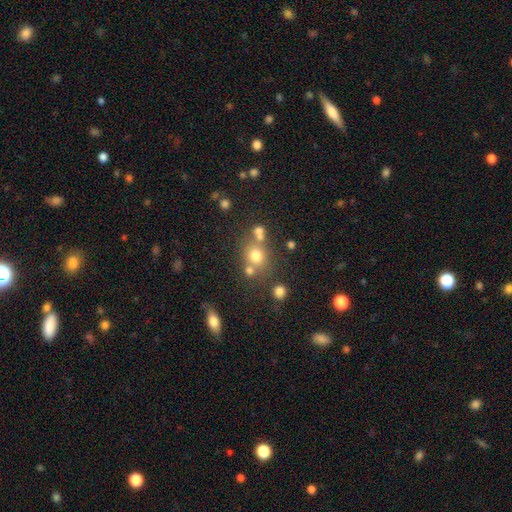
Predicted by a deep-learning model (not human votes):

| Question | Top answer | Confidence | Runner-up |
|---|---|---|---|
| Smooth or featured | smooth | 71% | star or artifact (17%) |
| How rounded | round | 82% | in between (17%) |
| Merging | none | 61% | merger (23%) |